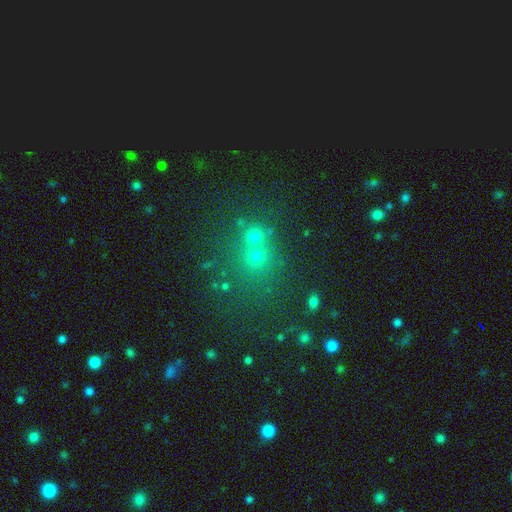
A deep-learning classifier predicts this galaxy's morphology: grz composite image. It shows a star or artifact, not a galaxy (47%).